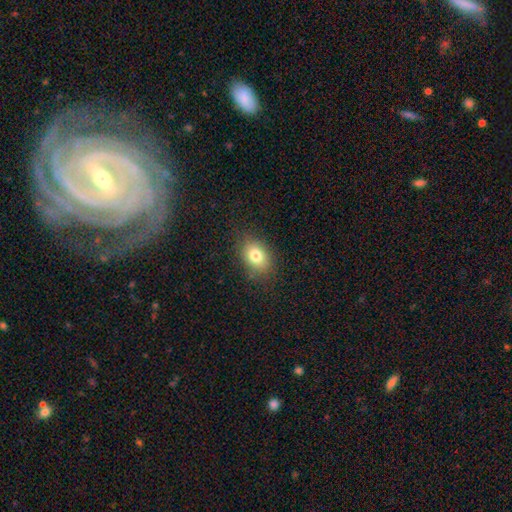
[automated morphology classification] Smooth or featured?
  - smooth: 78% *
  - star or artifact: 11%
  - featured or disk: 10%
How rounded?
  - in between: 69% *
  - round: 30%
  - cigar-shaped: 1%
Merging?
  - none: 82% *
  - minor disturbance: 13%
  - major disturbance: 4%
  - merger: 1%